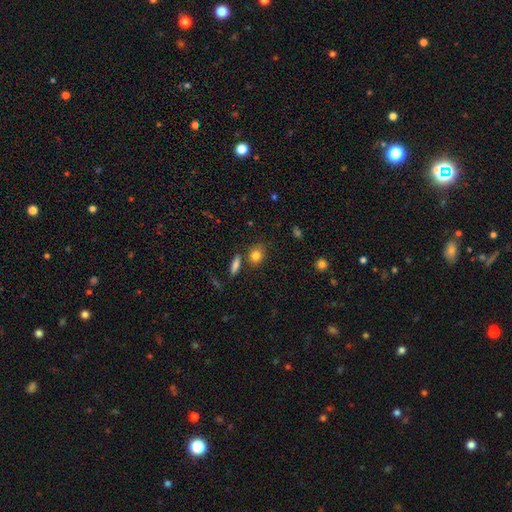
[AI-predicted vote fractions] Morphology: type=smooth (83%); roundness=round (58%); merging=none (73%).